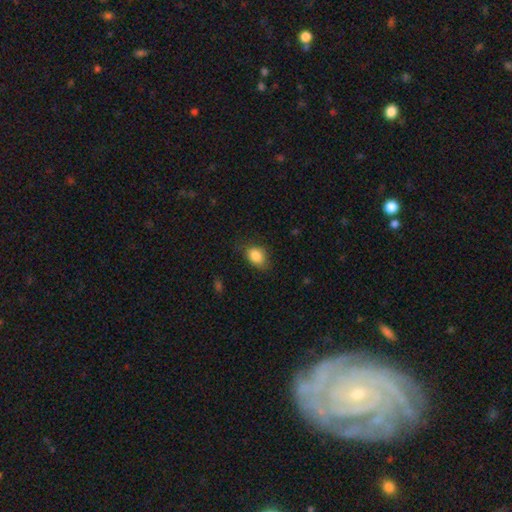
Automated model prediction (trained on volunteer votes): Smooth or featured? Predicted: smooth (p=0.85). How rounded? Predicted: in between (p=0.70). Merging? Predicted: none (p=0.68).